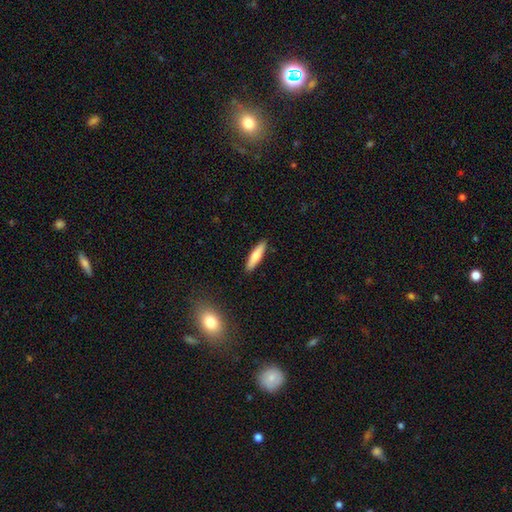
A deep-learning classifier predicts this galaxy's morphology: smooth 75%, featured or disk 19%, star or artifact 6%. Down the decision tree: how rounded — cigar-shaped (78%); merging — none (90%).